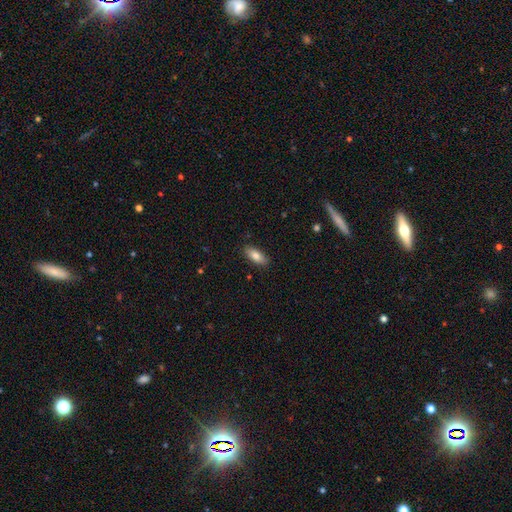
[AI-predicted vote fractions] smooth-or-featured: smooth: 83% | featured or disk: 11% | star or artifact: 7%
  how-rounded: in between: 82% | cigar-shaped: 15% | round: 2%
  merging: none: 87% | minor disturbance: 10% | major disturbance: 2% | merger: 1%